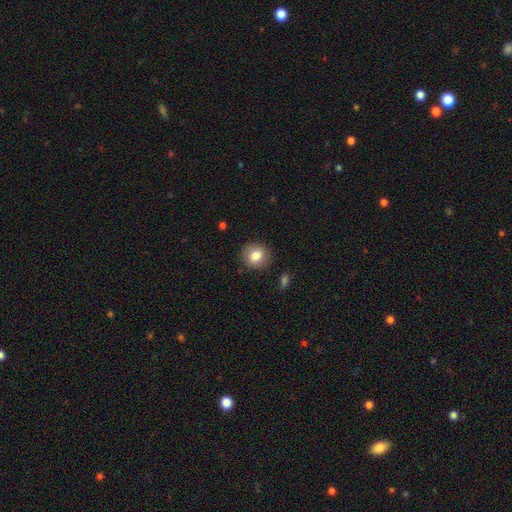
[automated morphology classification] Q: Smooth or featured?
A: smooth (82%); runner-up: featured or disk (9%)
Q: How rounded?
A: round (85%); runner-up: in between (15%)
Q: Merging?
A: none (88%); runner-up: minor disturbance (9%)